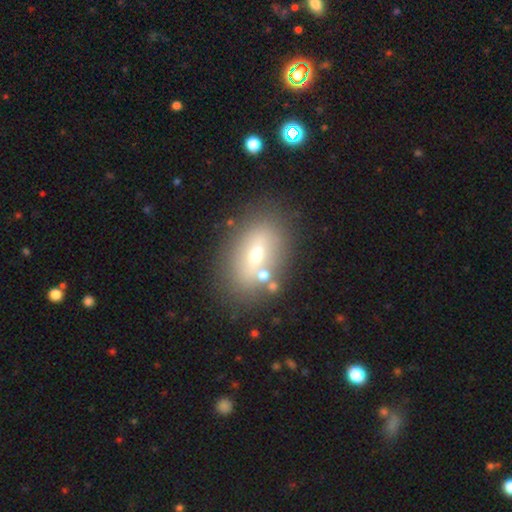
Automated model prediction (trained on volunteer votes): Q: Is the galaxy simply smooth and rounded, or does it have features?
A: smooth — 54%.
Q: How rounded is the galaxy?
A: in between — 82%.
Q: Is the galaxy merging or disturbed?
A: none — 75%.